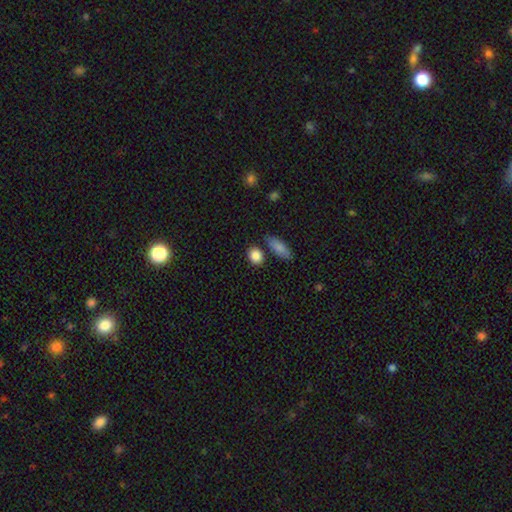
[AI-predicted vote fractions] A smooth galaxy with no disk features (87%) that is round (52%). Merging: none (78%).